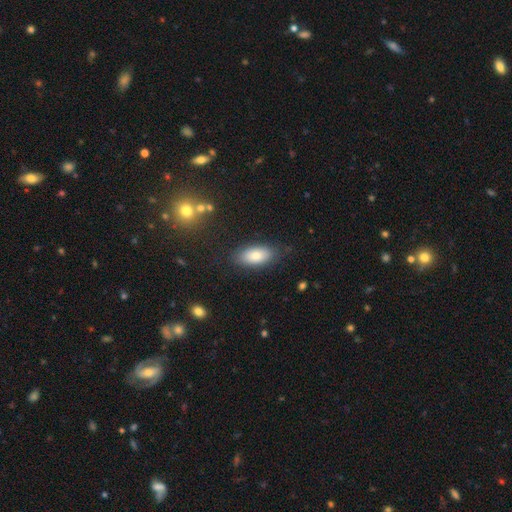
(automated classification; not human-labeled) Smooth or featured? Predicted: smooth (p=0.80). How rounded? Predicted: in between (p=0.90). Merging? Predicted: none (p=0.81).